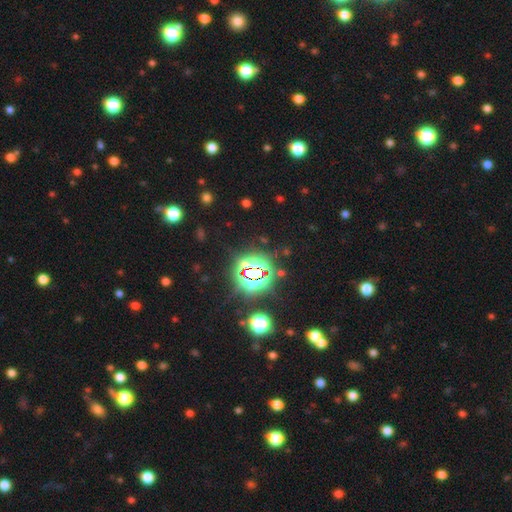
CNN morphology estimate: Q: Smooth or featured?
A: star or artifact (74%); runner-up: smooth (19%)